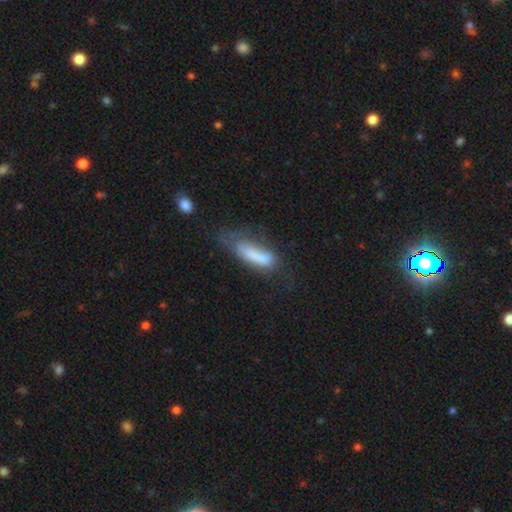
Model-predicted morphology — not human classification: Smooth or featured: smooth — 63% (featured or disk — 28%)
How rounded: cigar-shaped — 51% (in between — 46%)
Merging: none — 33% (minor disturbance — 30%)